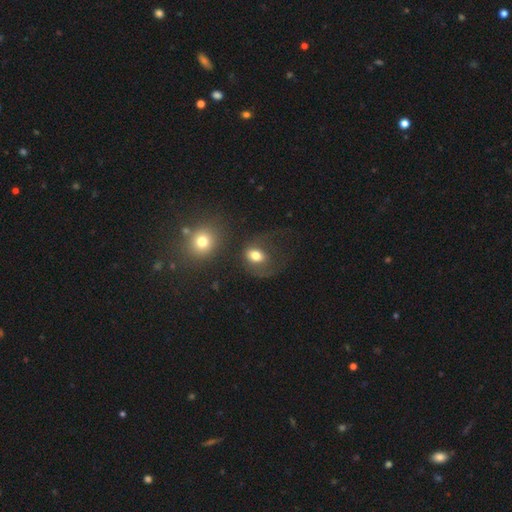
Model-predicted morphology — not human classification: A smooth galaxy with no disk features (70%) that is in between round and cigar-shaped (57%).

Vote fractions:
- Smooth or featured? smooth: 70% / featured or disk: 20% / star or artifact: 10%
- How rounded? in between: 57% / round: 42% / cigar-shaped: 1%
- Merging? none: 40% / major disturbance: 32% / minor disturbance: 19% / merger: 10%